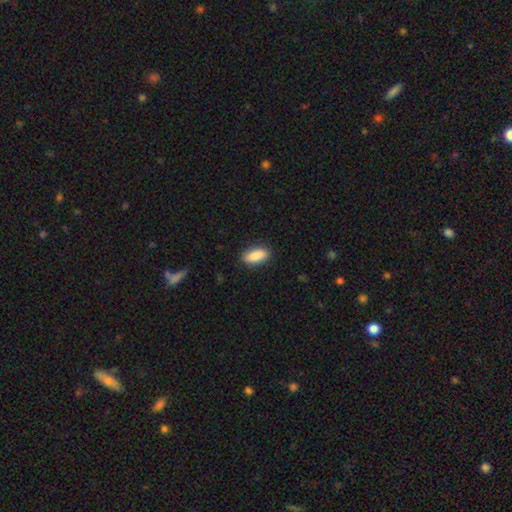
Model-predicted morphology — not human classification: Smooth or featured?
  - smooth: 89% *
  - star or artifact: 6%
  - featured or disk: 5%
How rounded?
  - in between: 87% *
  - cigar-shaped: 11%
  - round: 3%
Merging?
  - none: 88% *
  - minor disturbance: 9%
  - major disturbance: 2%
  - merger: 1%